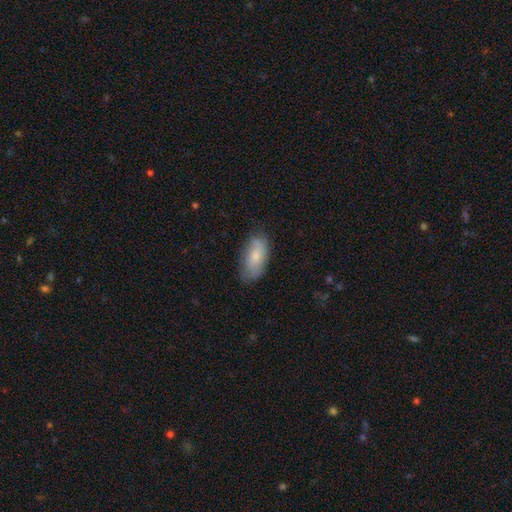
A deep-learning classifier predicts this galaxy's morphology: smooth_or_featured: smooth (p=0.70) [alt: featured or disk p=0.23]
how_rounded: in between (p=0.90) [alt: cigar-shaped p=0.07]
merging: none (p=0.71) [alt: minor disturbance p=0.23]